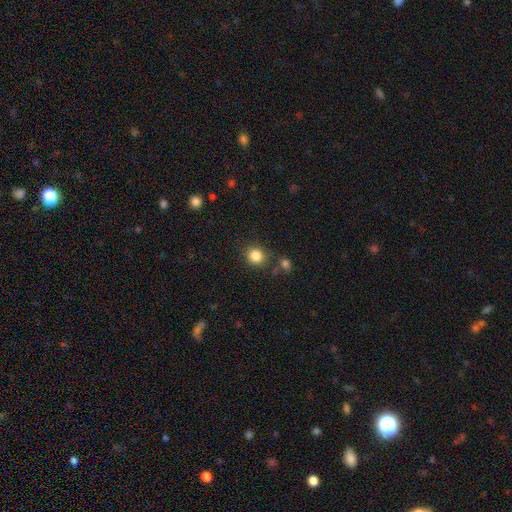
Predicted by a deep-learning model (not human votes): Smooth or featured: smooth — 84% (star or artifact — 11%)
How rounded: round — 83% (in between — 16%)
Merging: none — 81% (minor disturbance — 10%)